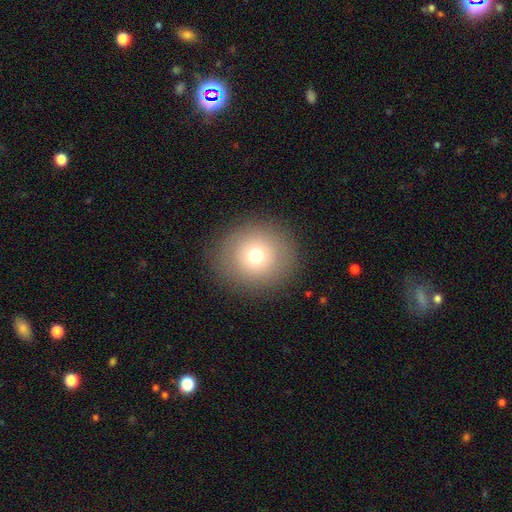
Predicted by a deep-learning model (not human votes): Morphology: type=smooth (72%); roundness=round (88%); merging=none (88%).